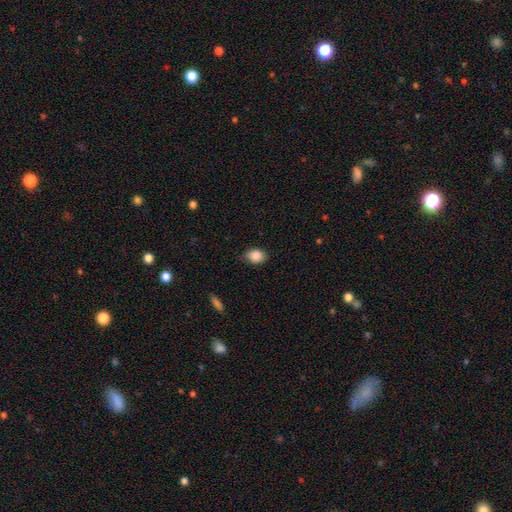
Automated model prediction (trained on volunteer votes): Smooth or featured: smooth — 88% (star or artifact — 8%)
How rounded: in between — 63% (round — 36%)
Merging: none — 77% (minor disturbance — 18%)